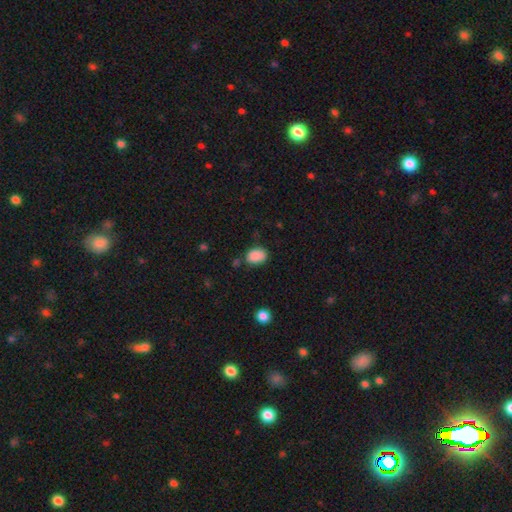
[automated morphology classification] Smooth or featured?
  - smooth: 88% *
  - star or artifact: 9%
  - featured or disk: 3%
How rounded?
  - in between: 78% *
  - round: 21%
  - cigar-shaped: 1%
Merging?
  - none: 74% *
  - minor disturbance: 18%
  - major disturbance: 4%
  - merger: 4%